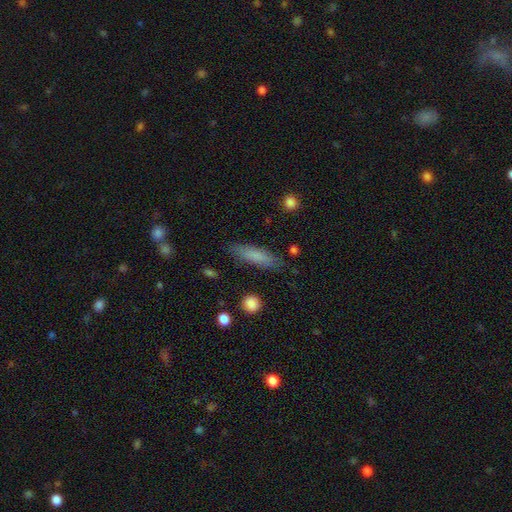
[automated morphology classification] The model was most divided on "how rounded": cigar-shaped: 73%, in between: 25%, round: 2%. More confident: merging — none (84%); smooth or featured — smooth (77%).